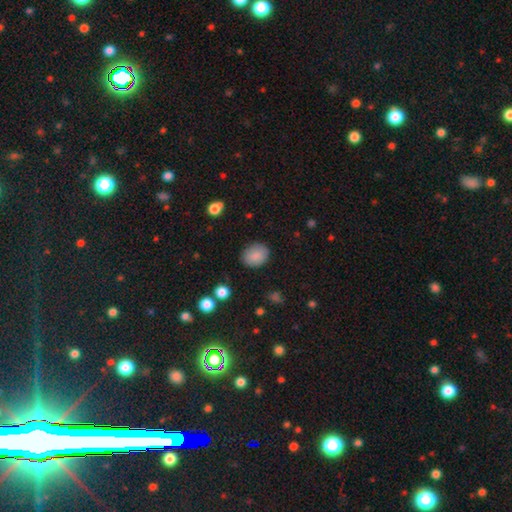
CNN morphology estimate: Overall: smooth (86%). How rounded: round (50%; in between 49%). Merging: none (84%).